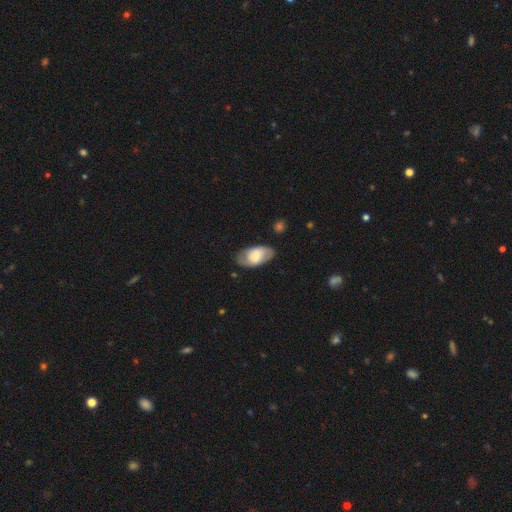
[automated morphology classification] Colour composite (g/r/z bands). It shows a smooth galaxy with no disk features (56%) that is in between round and cigar-shaped (93%). Merging: none (75%).